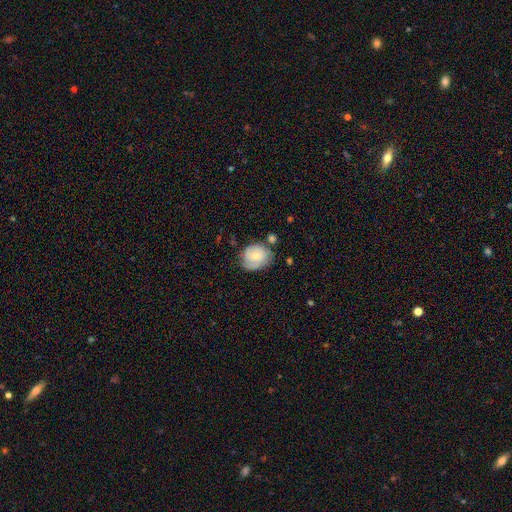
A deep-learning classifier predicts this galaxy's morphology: This is possibly a smooth galaxy (54%). How rounded: likely round (61%). Merging: possibly none (56%).